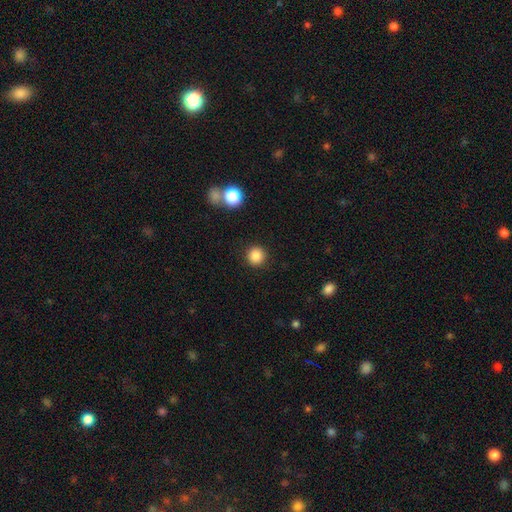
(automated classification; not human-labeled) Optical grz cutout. It shows a smooth galaxy with no disk features (86%) that is round (94%). Merging: none (91%).